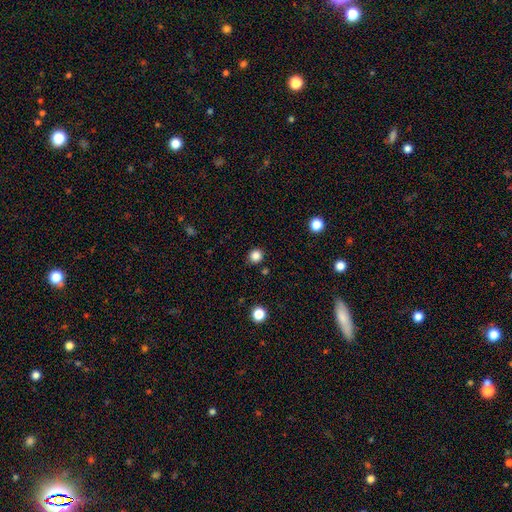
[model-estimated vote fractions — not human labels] Smooth or featured? Predicted: smooth (p=0.84). How rounded? Predicted: round (p=0.89). Merging? Predicted: none (p=0.90).